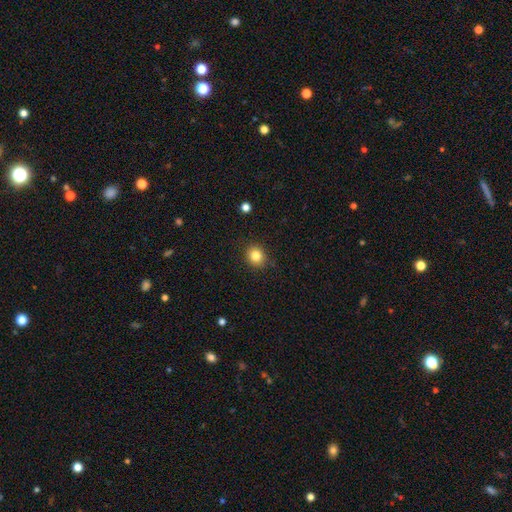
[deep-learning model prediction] The model was most divided on "how rounded": round: 81%, in between: 18%, cigar-shaped: 1%. More confident: merging — none (89%); smooth or featured — smooth (83%).